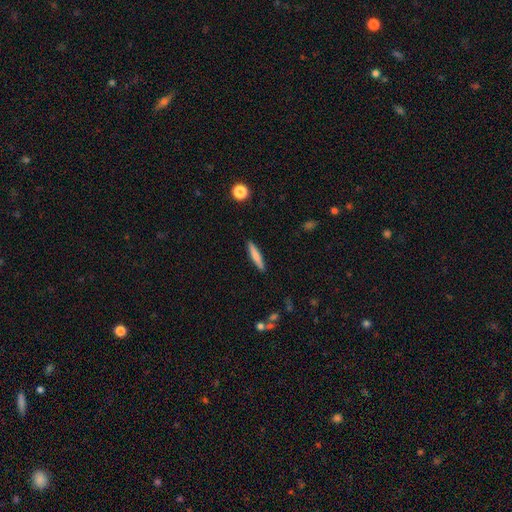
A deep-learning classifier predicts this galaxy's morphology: smooth 68%, featured or disk 25%, star or artifact 6%. Down the decision tree: how rounded — cigar-shaped (91%); merging — none (90%).